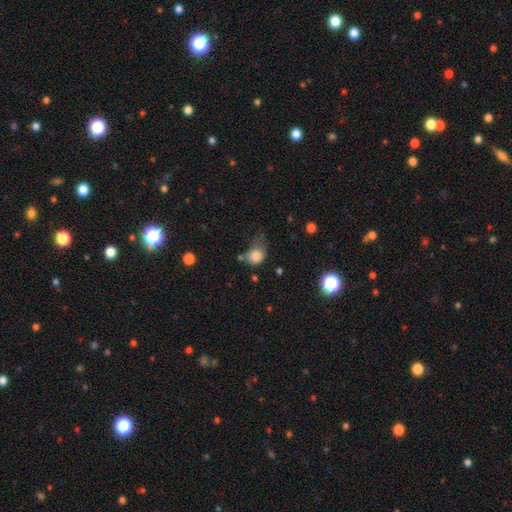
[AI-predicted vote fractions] smooth_or_featured: smooth (p=0.80) [alt: star or artifact p=0.11]
how_rounded: round (p=0.53) [alt: in between p=0.45]
merging: minor disturbance (p=0.35) [alt: major disturbance p=0.31]